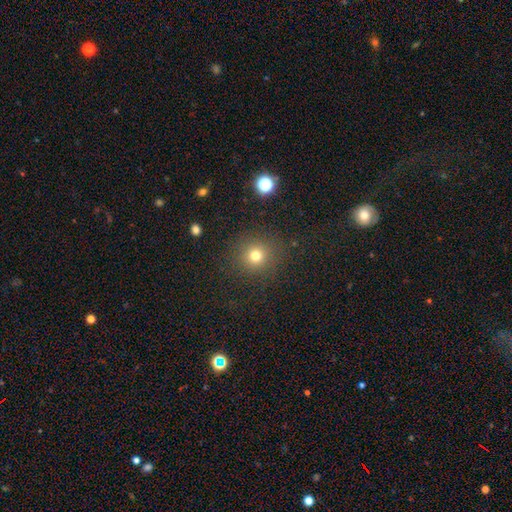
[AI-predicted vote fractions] Q: Smooth or featured?
A: smooth (75%); runner-up: star or artifact (18%)
Q: How rounded?
A: round (92%); runner-up: in between (7%)
Q: Merging?
A: none (88%); runner-up: minor disturbance (7%)